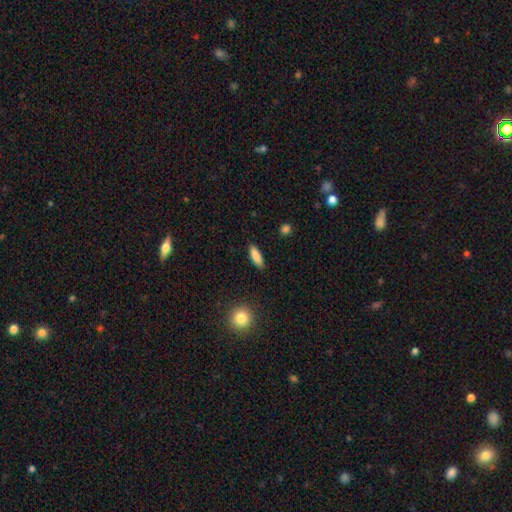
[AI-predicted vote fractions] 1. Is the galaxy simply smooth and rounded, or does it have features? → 87% smooth, 7% featured or disk, 7% star or artifact.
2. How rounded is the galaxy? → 58% in between, 40% cigar-shaped, 2% round.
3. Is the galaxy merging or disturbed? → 87% none, 9% minor disturbance, 2% major disturbance, 1% merger.